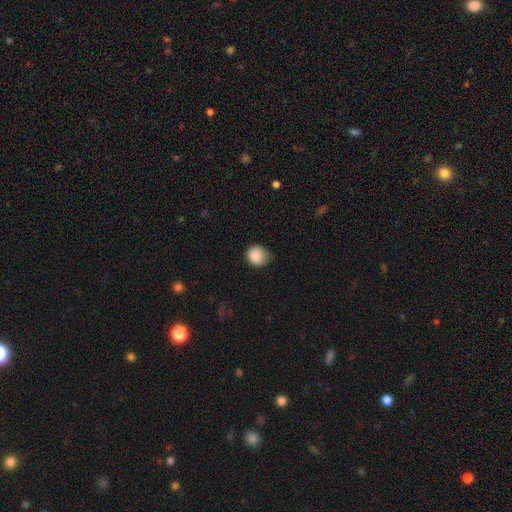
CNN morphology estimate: Smooth or featured? smooth (87%)
How rounded? round (77%)
Merging? none (65%)